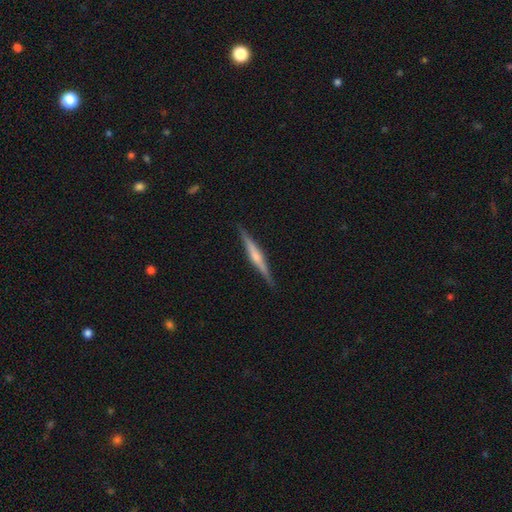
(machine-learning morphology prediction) smooth-or-featured: featured or disk: 66% | smooth: 28% | star or artifact: 6%
  disk-edge-on: yes: 98% | no: 2%
    edge-on-bulge: rounded: 63% | none: 22% | boxy: 15%
  merging: none: 90% | minor disturbance: 7% | major disturbance: 1% | merger: 1%